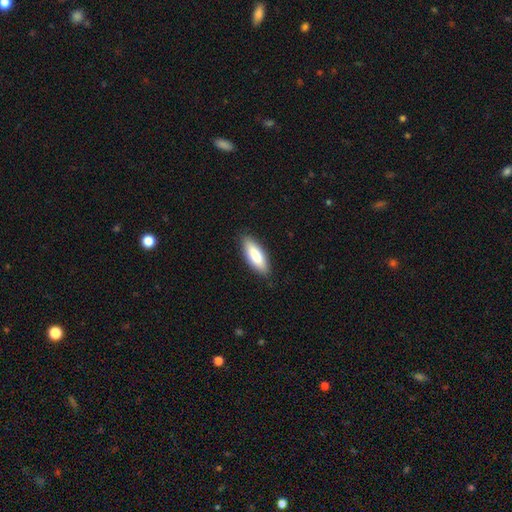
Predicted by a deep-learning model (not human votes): Morphology: type=smooth (83%); roundness=in between (65%); merging=none (87%).